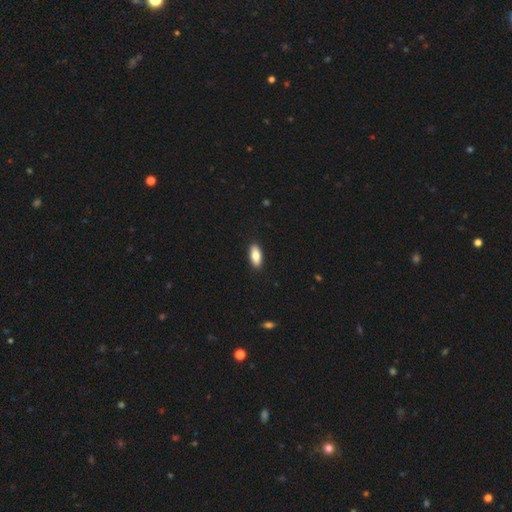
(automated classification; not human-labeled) Morphology: type=smooth (83%); roundness=in between (84%); merging=none (91%).